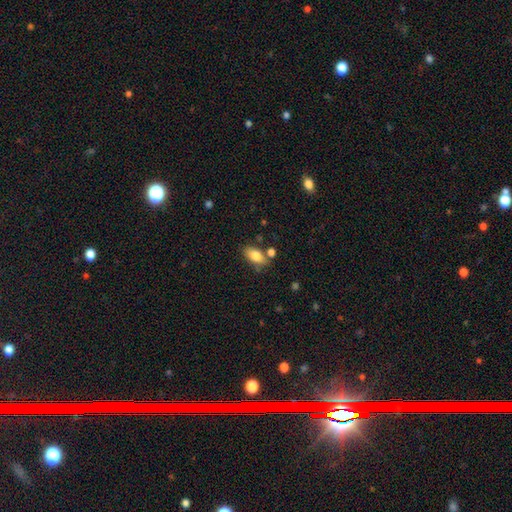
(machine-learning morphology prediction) Overall: smooth (80%). How rounded: in between (89%). Merging: none (70%).